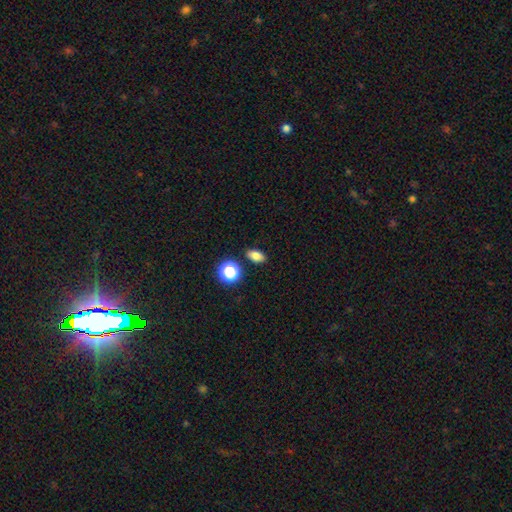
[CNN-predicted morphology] A smooth galaxy with no disk features (80%) that is in between round and cigar-shaped (81%). Merging: none (86%).